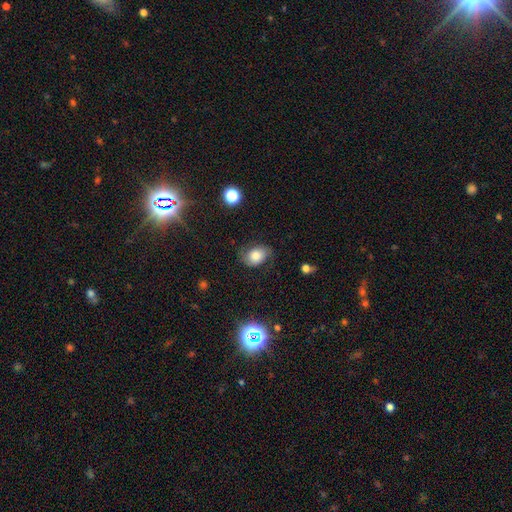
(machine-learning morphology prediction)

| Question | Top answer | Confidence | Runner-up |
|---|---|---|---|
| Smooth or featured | smooth | 56% | featured or disk (32%) |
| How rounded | in between | 69% | round (30%) |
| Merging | none | 63% | minor disturbance (24%) |